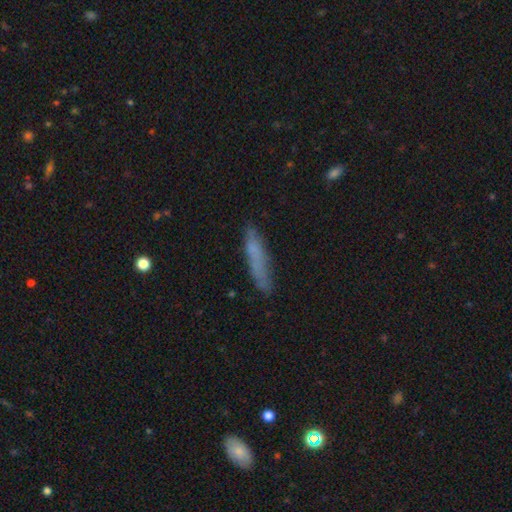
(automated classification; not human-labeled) The model was most divided on "smooth or featured": smooth: 69%, featured or disk: 22%, star or artifact: 9%. More confident: how rounded — cigar-shaped (88%); merging — none (74%).